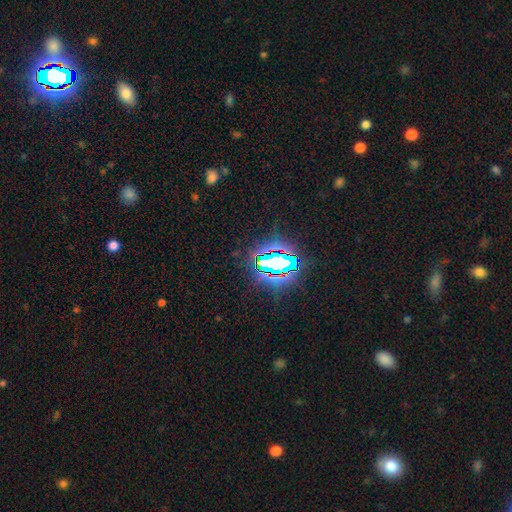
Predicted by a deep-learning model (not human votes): Smooth or featured? star or artifact (76%)